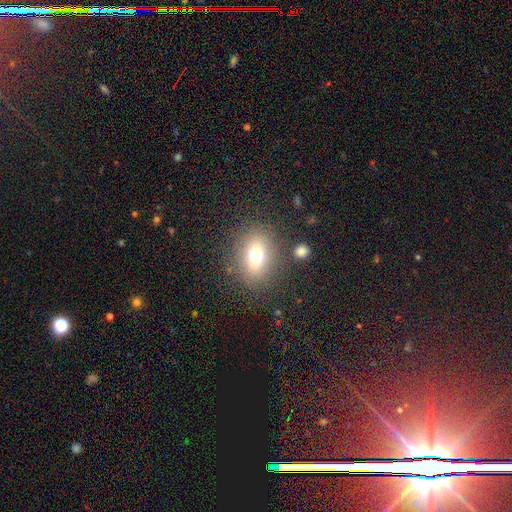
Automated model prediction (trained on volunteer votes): This appears to be a smooth galaxy with no disk features (70%) that is in between round and cigar-shaped (57%). Merging: none (80%).